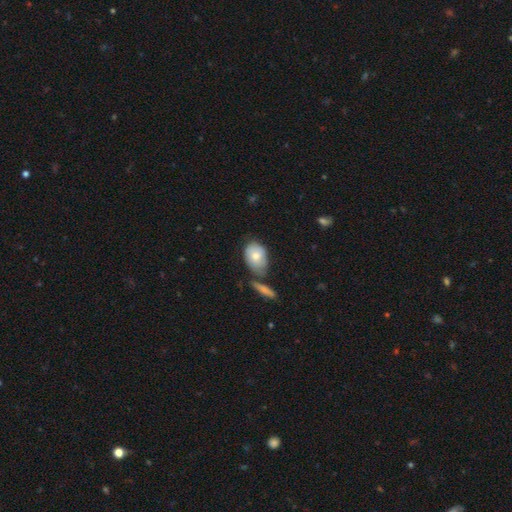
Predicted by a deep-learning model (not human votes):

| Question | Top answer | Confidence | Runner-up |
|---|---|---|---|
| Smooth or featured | smooth | 74% | featured or disk (20%) |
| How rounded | in between | 79% | round (19%) |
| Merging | none | 47% | minor disturbance (24%) |